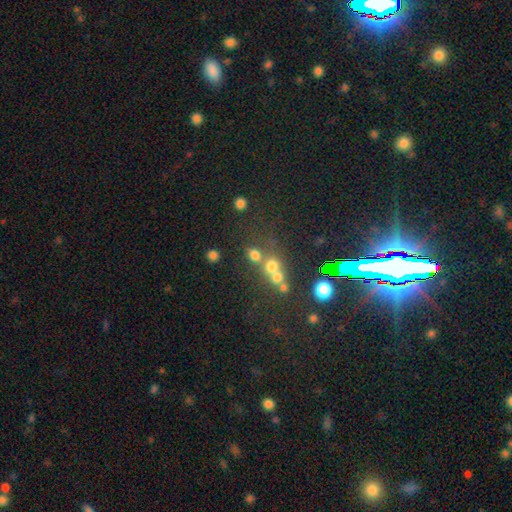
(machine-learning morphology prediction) Smooth or featured: smooth — 55% (star or artifact — 28%)
How rounded: round — 76% (in between — 22%)
Merging: merger — 46% (none — 41%)